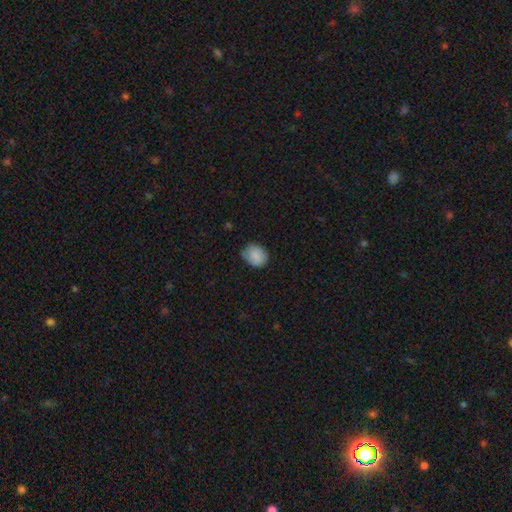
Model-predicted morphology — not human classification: Smooth or featured? Predicted: smooth (p=0.86). How rounded? Predicted: round (p=0.60). Merging? Predicted: none (p=0.72).